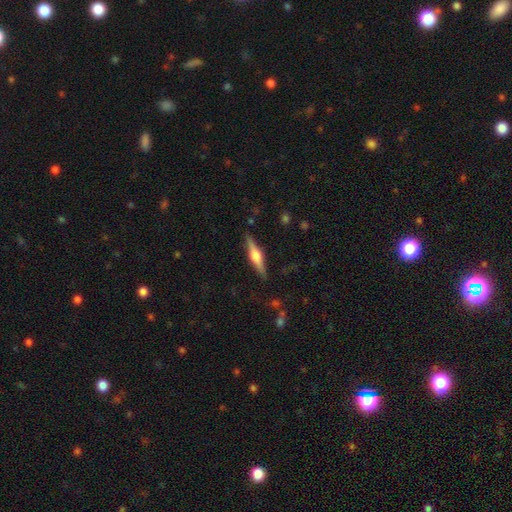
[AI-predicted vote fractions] This is likely a featured or disk galaxy (68%). It is clearly viewed edge-on (97%). Edge-on bulge: clearly rounded (89%). Merging: clearly none (88%).